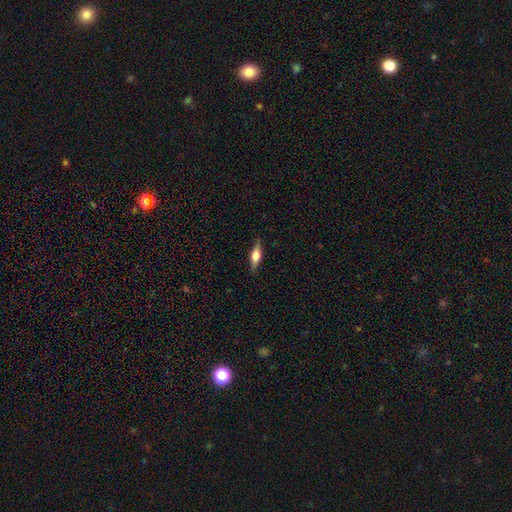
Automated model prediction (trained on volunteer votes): Smooth or featured: featured or disk — 57% (smooth — 36%)
Edge-on disk: yes — 96% (no — 4%)
Edge-on bulge: rounded — 88% (boxy — 10%)
Merging: none — 86% (minor disturbance — 10%)